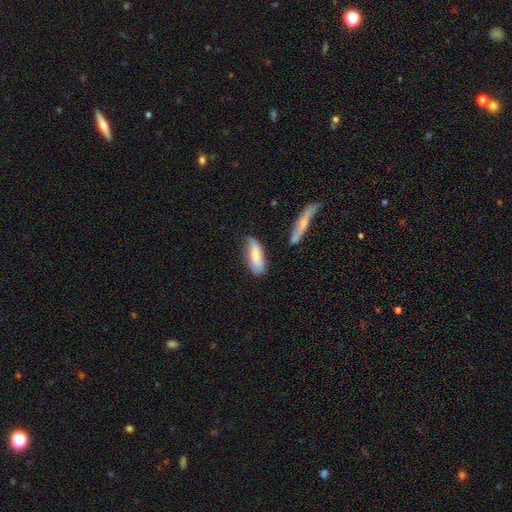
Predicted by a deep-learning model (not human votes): Morphology: type=smooth (77%); roundness=in between (60%); merging=none (59%).